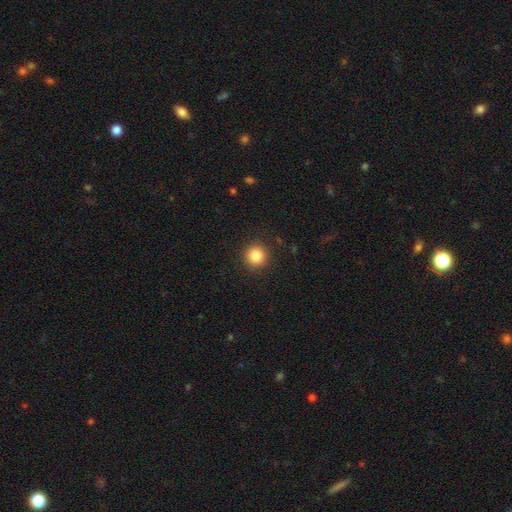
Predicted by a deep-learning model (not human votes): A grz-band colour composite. It shows a smooth galaxy with no disk features (85%) that is round (94%). Merging: none (91%).